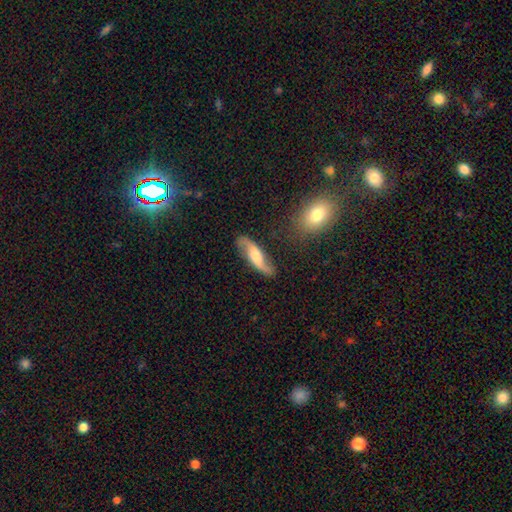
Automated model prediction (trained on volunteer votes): Smooth or featured?
  - featured or disk: 71% *
  - smooth: 24%
  - star or artifact: 6%
Edge-on disk?
  - no: 83% *
  - yes: 17%
Bar?
  - no: 41% * (tied)
  - weak: 41% * (tied)
  - strong: 18%
Spiral arms?
  - yes: 93% *
  - no: 7%
Spiral winding?
  - loose: 78% *
  - medium: 17%
  - tight: 5%
Spiral arm count?
  - 2: 92% *
  - can't tell: 3%
  - 1: 2%
  - 3: 1%
  - 4: 1%
  - more than 4: 1%
Bulge size?
  - moderate: 46% *
  - small: 22%
  - large: 19%
  - none: 11%
  - dominant: 3%
Merging?
  - none: 75% *
  - minor disturbance: 16%
  - major disturbance: 5%
  - merger: 3%